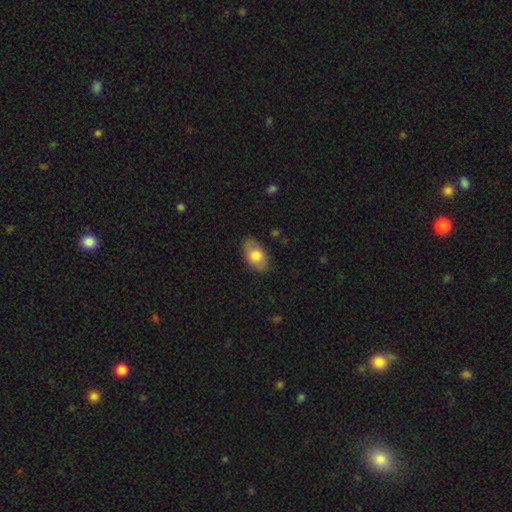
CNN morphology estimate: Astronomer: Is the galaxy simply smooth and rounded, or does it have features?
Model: smooth — 74%.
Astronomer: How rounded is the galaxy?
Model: in between — 92%.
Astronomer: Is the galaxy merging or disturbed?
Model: none — 80%.